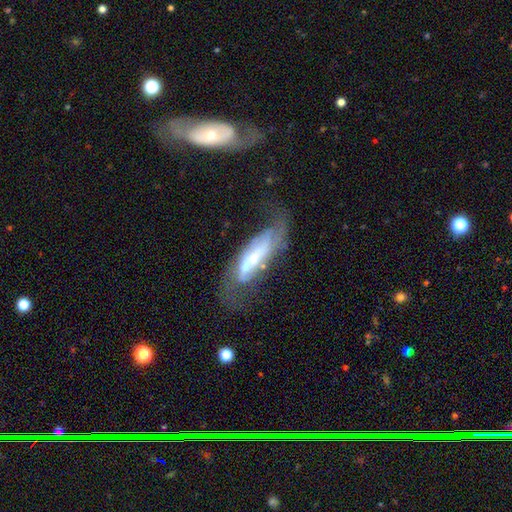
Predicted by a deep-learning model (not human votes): The model was most divided on "bar": no: 37%, weak: 32%, strong: 31%. Remaining: spiral arms — yes (80%); edge-on disk — no (79%); smooth or featured — featured or disk (72%); bulge size — small (56%); merging — none (44%).